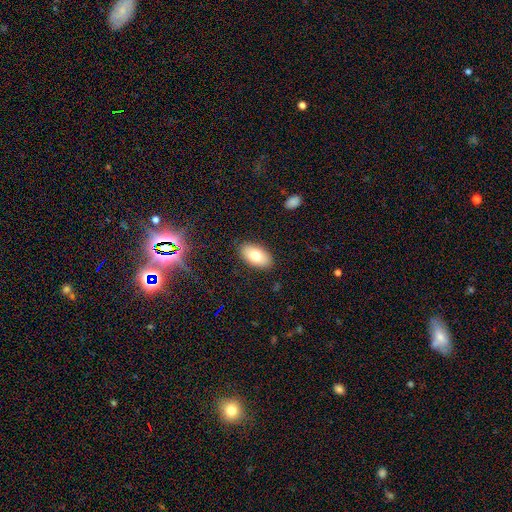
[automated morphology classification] Smooth or featured? smooth (75%)
How rounded? in between (94%)
Merging? none (87%)